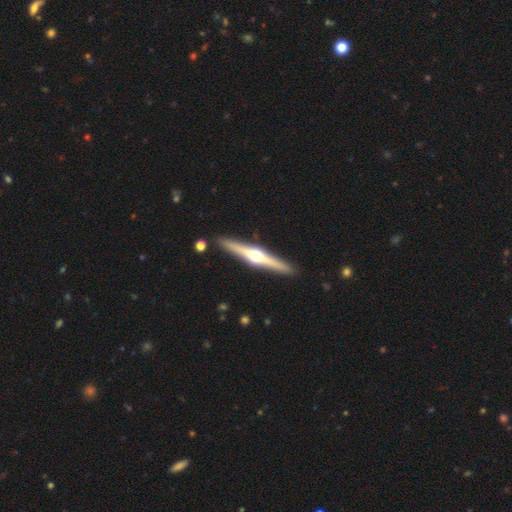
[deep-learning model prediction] This appears to be a featured or disk galaxy (77%) viewed edge-on (98%) with a rounded central bulge (95%). Merging: none (91%).